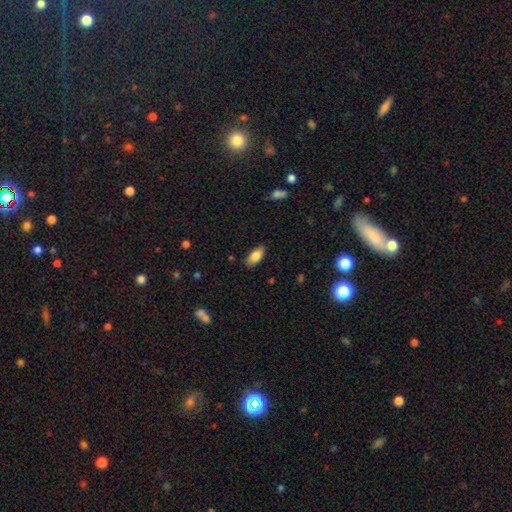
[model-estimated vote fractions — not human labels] Overall: smooth (84%). How rounded: in between (90%). Merging: none (86%).